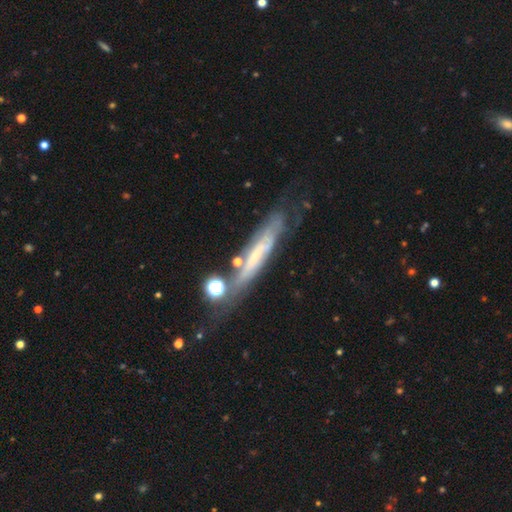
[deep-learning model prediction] Smooth or featured?
  - featured or disk: 63% *
  - smooth: 27%
  - star or artifact: 10%
Edge-on disk?
  - yes: 64% *
  - no: 36%
Merging?
  - none: 54% *
  - minor disturbance: 24%
  - major disturbance: 14%
  - merger: 8%